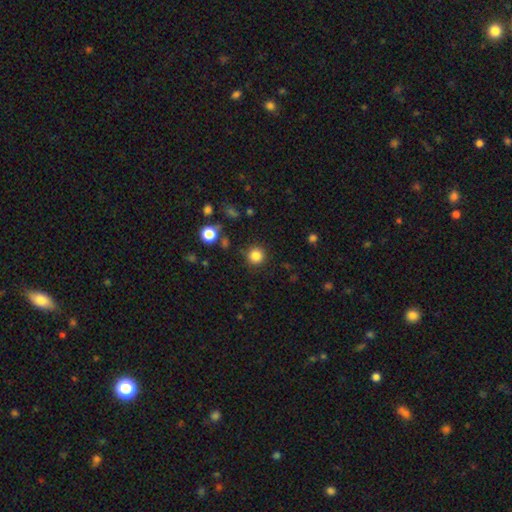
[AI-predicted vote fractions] smooth-or-featured: smooth: 84% | star or artifact: 12% | featured or disk: 4%
  how-rounded: round: 94% | in between: 5% | cigar-shaped: 1%
  merging: none: 88% | minor disturbance: 7% | major disturbance: 3% | merger: 2%